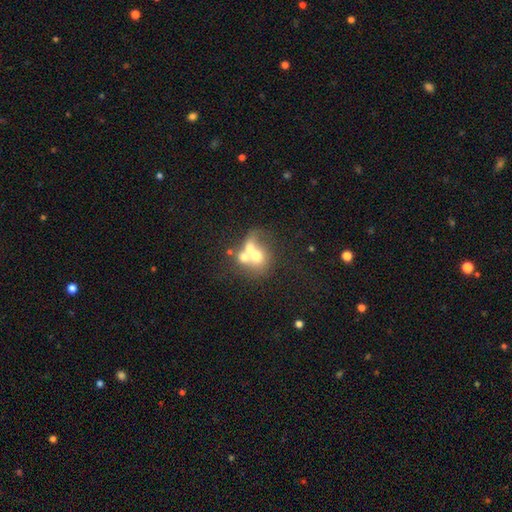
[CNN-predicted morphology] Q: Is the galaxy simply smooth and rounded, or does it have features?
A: smooth — 50%.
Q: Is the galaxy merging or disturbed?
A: merger — 65%.